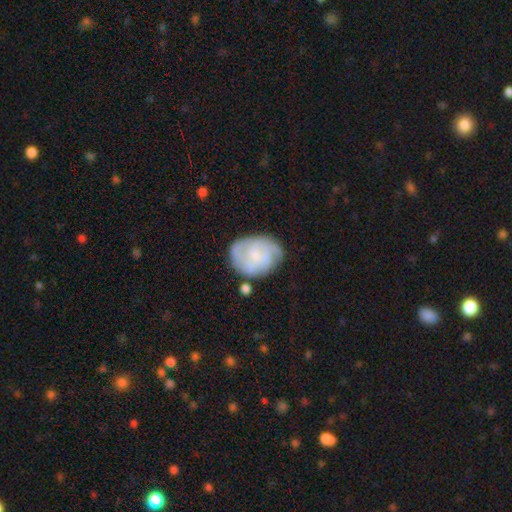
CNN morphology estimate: Smooth or featured? Predicted: featured or disk (p=0.59). Edge-on disk? Predicted: no (p=0.97). Bar? Predicted: no (p=0.67). Spiral arms? Predicted: yes (p=0.77). Bulge size? Predicted: small (p=0.58). Merging? Predicted: none (p=0.63).